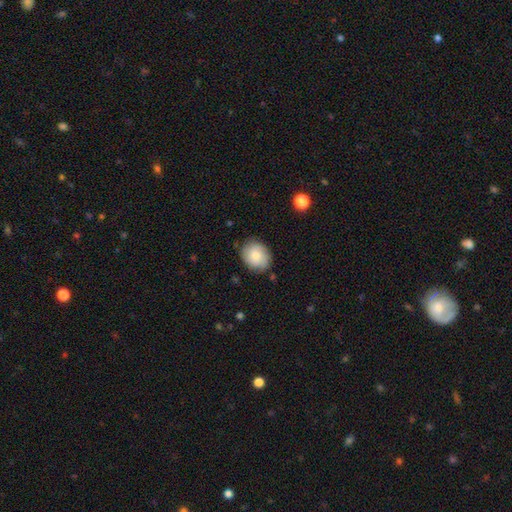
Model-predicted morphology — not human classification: Smooth or featured: smooth — 65% (featured or disk — 27%)
How rounded: round — 60% (in between — 39%)
Merging: none — 79% (minor disturbance — 16%)